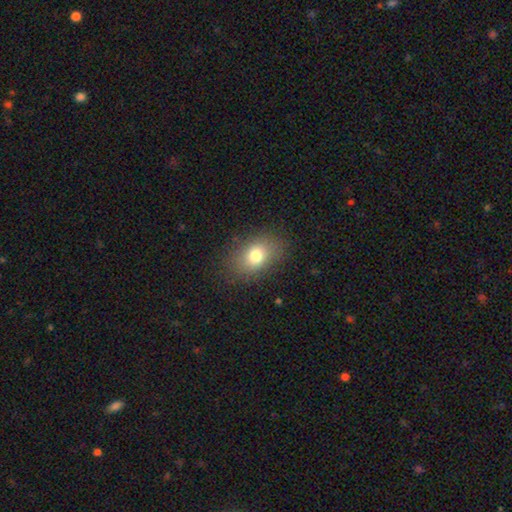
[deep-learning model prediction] The model was most divided on "how rounded": in between: 72%, round: 26%, cigar-shaped: 1%. More confident: merging — none (84%); smooth or featured — smooth (77%).